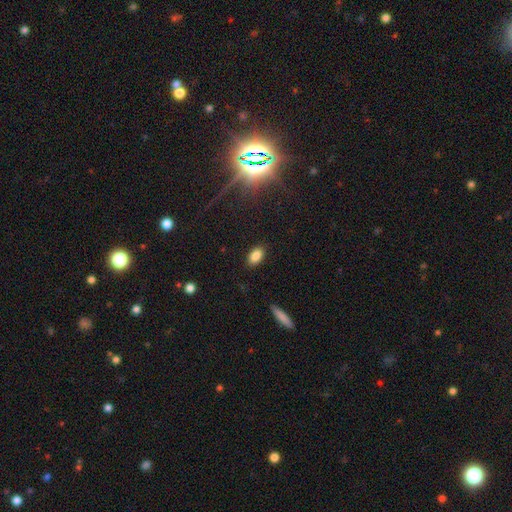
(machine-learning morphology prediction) type=smooth (86%); roundness=in between (91%); merging=none (87%).